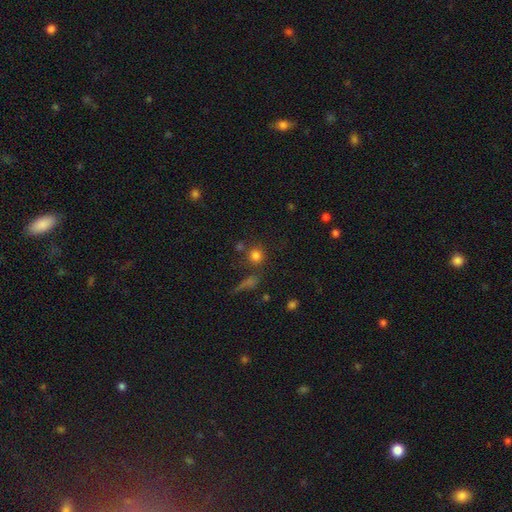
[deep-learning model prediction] Smooth or featured?
  - smooth: 78% *
  - star or artifact: 15%
  - featured or disk: 7%
How rounded?
  - round: 89% *
  - in between: 9%
  - cigar-shaped: 2%
Merging?
  - none: 68% *
  - merger: 16%
  - minor disturbance: 10%
  - major disturbance: 6%